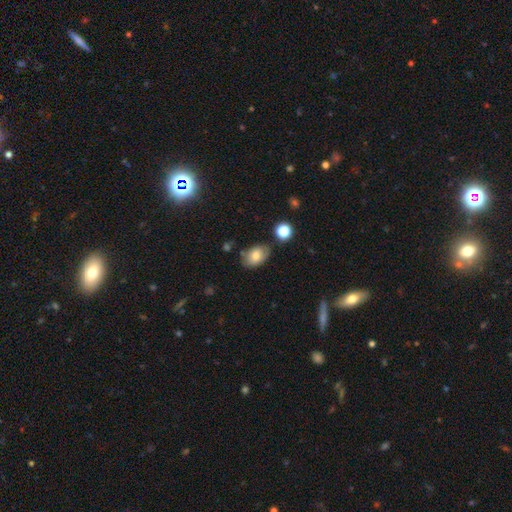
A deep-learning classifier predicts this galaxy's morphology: Overall: smooth (73%). How rounded: in between (84%). Merging: none (67%).